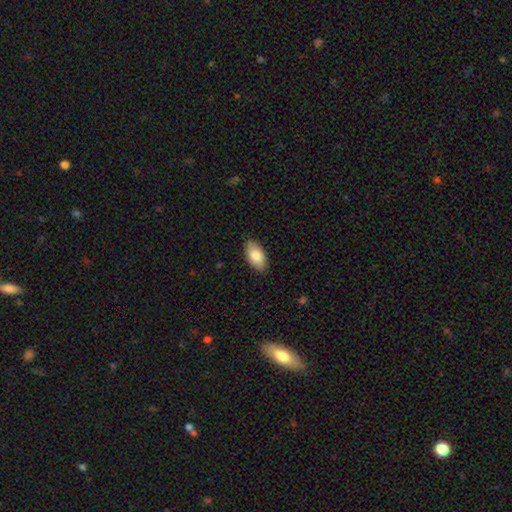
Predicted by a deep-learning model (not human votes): A smooth galaxy with no disk features (84%) that is in between round and cigar-shaped (95%).

Vote fractions:
- Smooth or featured? smooth: 84% / featured or disk: 10% / star or artifact: 6%
- How rounded? in between: 95% / round: 3% / cigar-shaped: 3%
- Merging? none: 88% / minor disturbance: 9% / major disturbance: 2% / merger: 1%